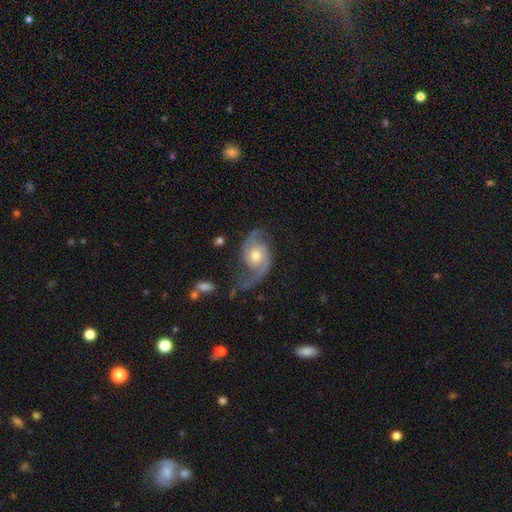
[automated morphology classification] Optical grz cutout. It shows a featured or disk galaxy (89%) with no bar (69%), 2 (90%) medium (49%) spiral arms (97%) and a moderate central bulge (70%). Merging: none (62%).